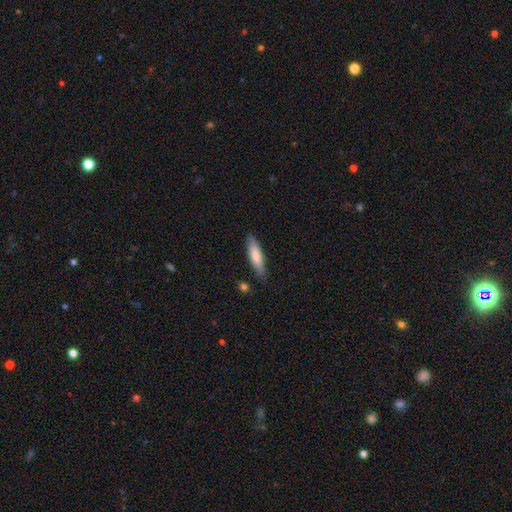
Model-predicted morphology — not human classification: smooth_or_featured: smooth (p=0.77) [alt: featured or disk p=0.17]
how_rounded: cigar-shaped (p=0.68) [alt: in between p=0.30]
merging: none (p=0.84) [alt: minor disturbance p=0.11]